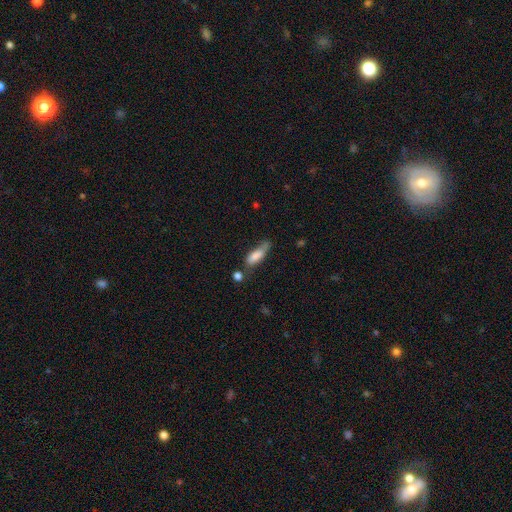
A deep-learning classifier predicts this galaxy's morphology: A smooth galaxy with no disk features (77%) that is in between round and cigar-shaped (55%). Merging: none (40%).